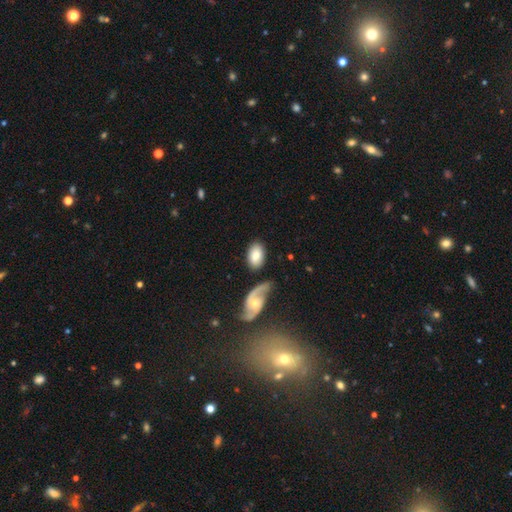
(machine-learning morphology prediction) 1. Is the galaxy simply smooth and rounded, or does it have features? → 75% smooth, 19% featured or disk, 6% star or artifact.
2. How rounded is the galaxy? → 91% in between, 8% round, 2% cigar-shaped.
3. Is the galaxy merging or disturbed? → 68% none, 16% minor disturbance, 9% merger, 6% major disturbance.